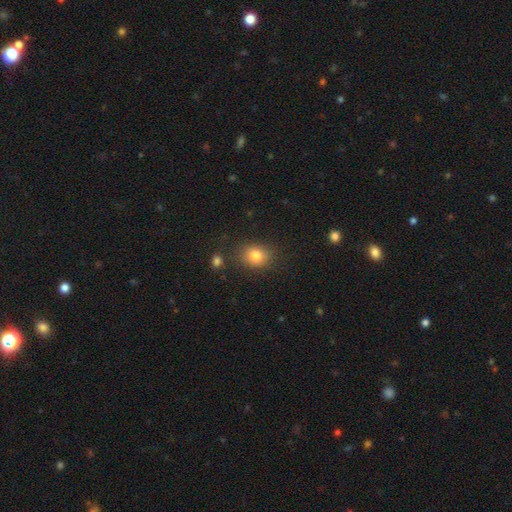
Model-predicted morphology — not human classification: Overall: smooth (81%). How rounded: round (53%; in between 46%). Merging: none (81%).